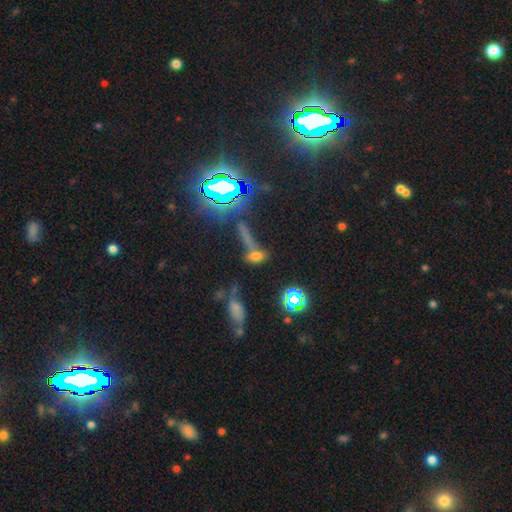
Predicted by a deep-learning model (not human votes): Q: Smooth or featured?
A: smooth (51%); runner-up: star or artifact (32%)
Q: How rounded?
A: in between (63%); runner-up: cigar-shaped (23%)
Q: Merging?
A: none (40%); runner-up: merger (35%)